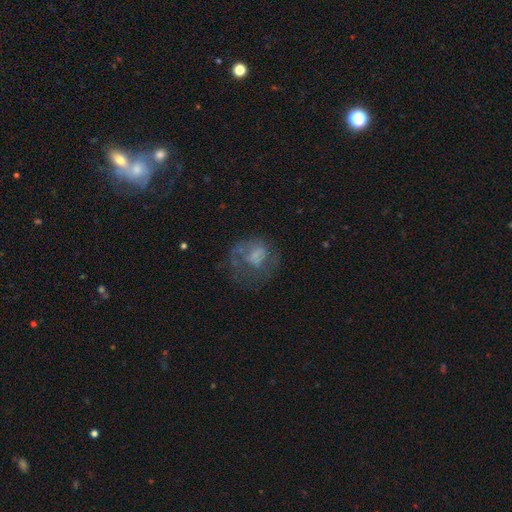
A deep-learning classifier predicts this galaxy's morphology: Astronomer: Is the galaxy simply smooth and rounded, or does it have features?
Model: smooth — 45% (runner-up: featured or disk, 43%).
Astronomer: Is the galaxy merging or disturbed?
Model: none — 39%, tied with major disturbance at 39%.